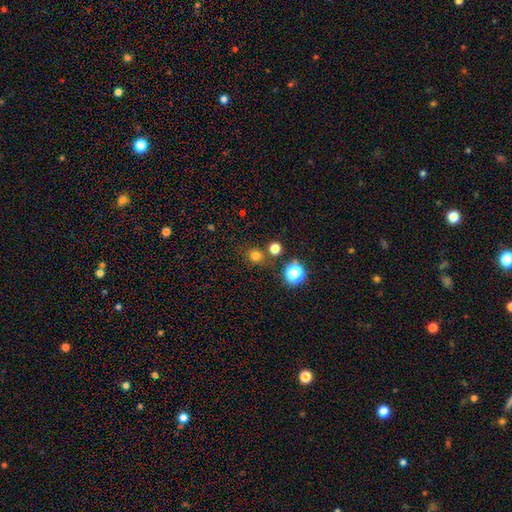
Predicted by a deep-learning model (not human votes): This is likely a smooth galaxy (75%). How rounded: clearly round (86%). Merging: likely none (76%).